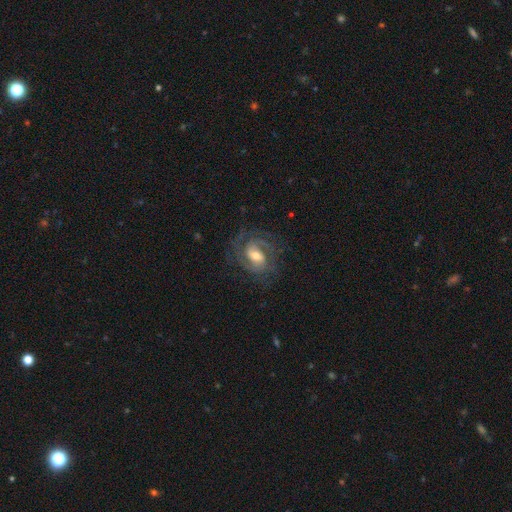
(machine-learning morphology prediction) type=featured or disk (83%); edge-on=no (97%); bar=weak (49%); spiral arms=yes (94%); winding=tight (46%); arm count=2 (47%); bulge=moderate (62%); merging=none (69%).